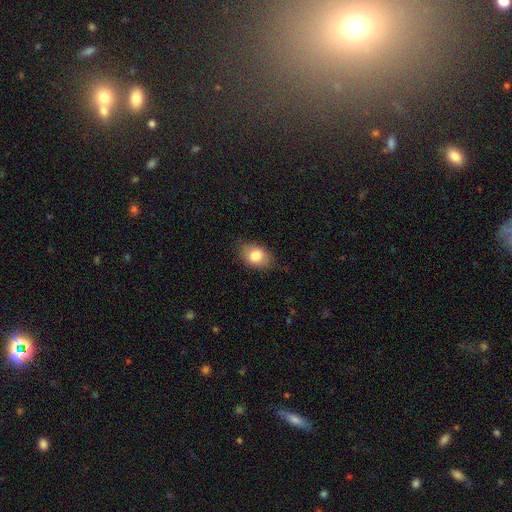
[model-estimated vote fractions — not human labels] Smooth or featured?
  - smooth: 81% *
  - featured or disk: 11%
  - star or artifact: 8%
How rounded?
  - in between: 81% *
  - round: 17%
  - cigar-shaped: 1%
Merging?
  - none: 81% *
  - minor disturbance: 15%
  - major disturbance: 3%
  - merger: 1%